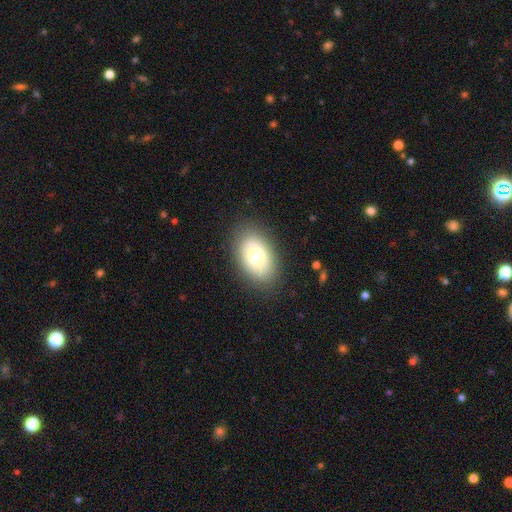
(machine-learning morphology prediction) A smooth galaxy with no disk features (69%) that is in between round and cigar-shaped (84%).

Vote fractions:
- Smooth or featured? smooth: 69% / featured or disk: 22% / star or artifact: 9%
- How rounded? in between: 84% / round: 15% / cigar-shaped: 1%
- Merging? none: 84% / minor disturbance: 11% / major disturbance: 4% / merger: 1%